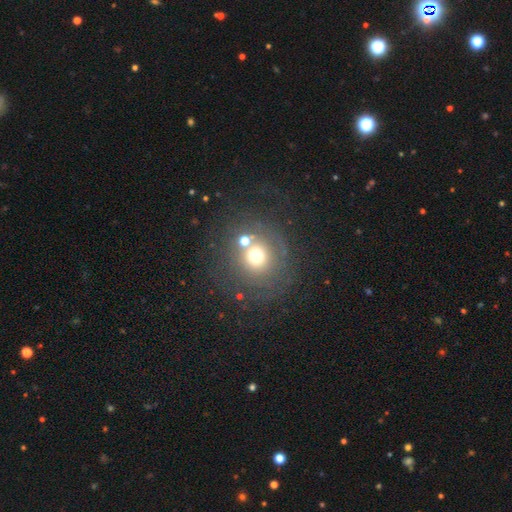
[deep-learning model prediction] Smooth or featured?
  - smooth: 59% *
  - star or artifact: 22%
  - featured or disk: 20%
How rounded?
  - round: 88% *
  - in between: 11%
  - cigar-shaped: 1%
Merging?
  - none: 66% *
  - merger: 13%
  - minor disturbance: 11%
  - major disturbance: 9%